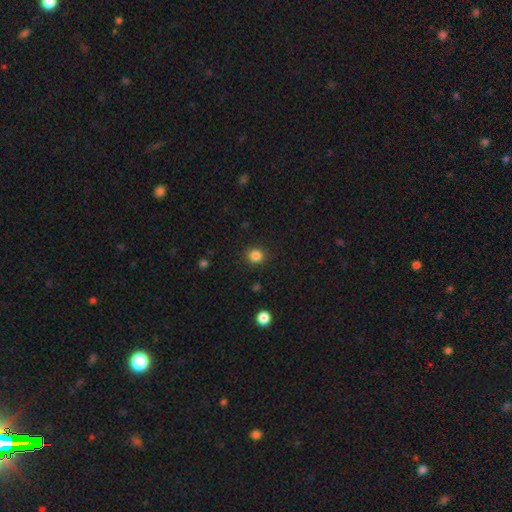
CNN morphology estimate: A smooth galaxy with no disk features (84%) that is round (87%).

Vote fractions:
- Smooth or featured? smooth: 84% / star or artifact: 12% / featured or disk: 4%
- How rounded? round: 87% / in between: 12% / cigar-shaped: 1%
- Merging? none: 90% / minor disturbance: 7% / major disturbance: 2% / merger: 1%